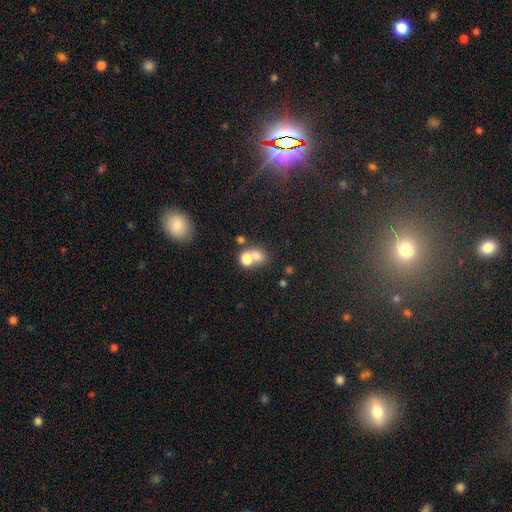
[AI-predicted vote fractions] Overall: smooth (72%). How rounded: round (61%; in between 38%). Merging: merger (57%; none 32%).